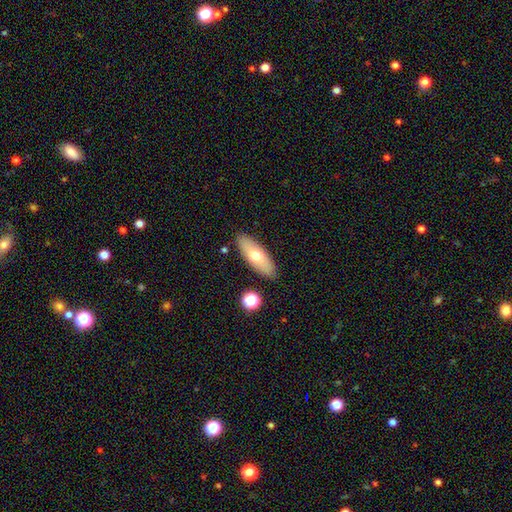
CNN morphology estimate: Smooth or featured: smooth — 64% (featured or disk — 29%)
How rounded: in between — 68% (cigar-shaped — 29%)
Merging: none — 86% (minor disturbance — 9%)